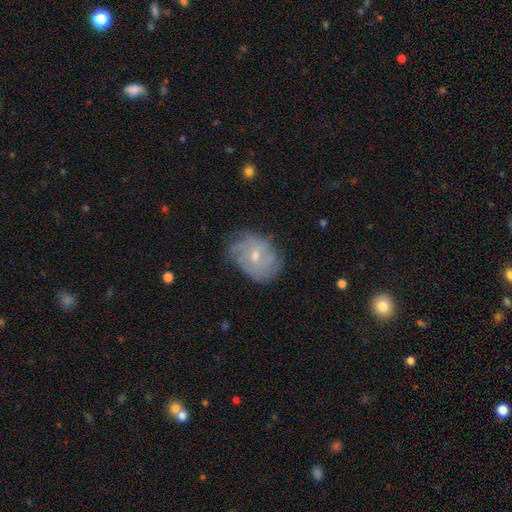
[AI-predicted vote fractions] Smooth or featured? featured or disk (63%)
Edge-on disk? no (97%)
Bar? no (59%)
Spiral arms? yes (75%)
Bulge size? moderate (50%)
Merging? none (63%)